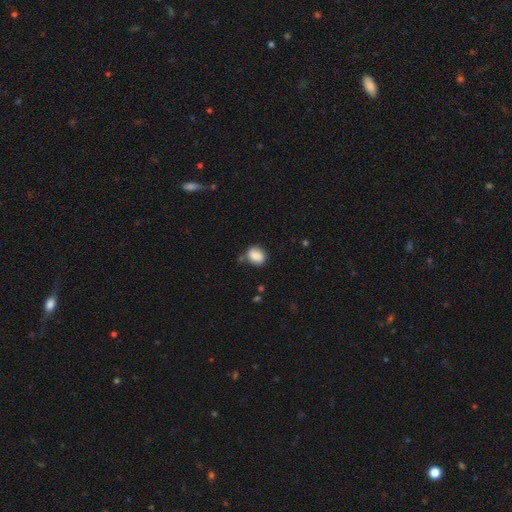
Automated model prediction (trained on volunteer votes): Smooth or featured: smooth — 82% (featured or disk — 9%)
How rounded: in between — 50% (round — 49%)
Merging: none — 68% (minor disturbance — 20%)